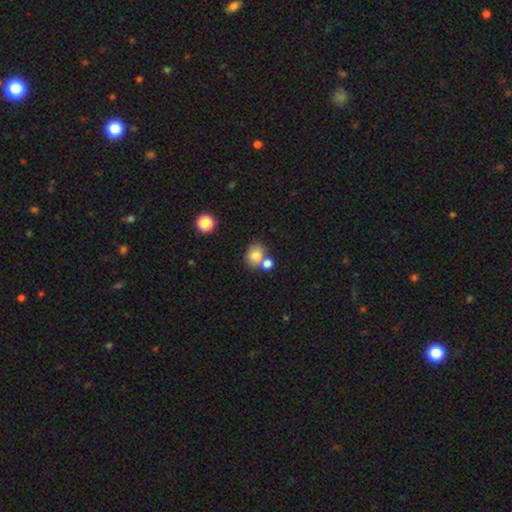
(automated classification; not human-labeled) A smooth galaxy with no disk features (78%) that is round (67%). Merging: none (53%).